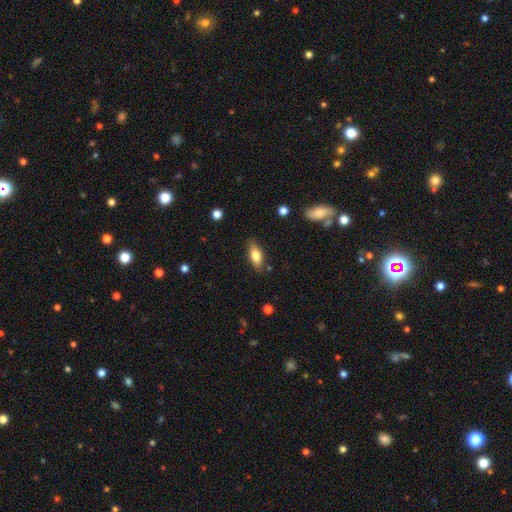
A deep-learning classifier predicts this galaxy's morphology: Overall: smooth (71%). How rounded: in between (74%). Merging: none (84%).